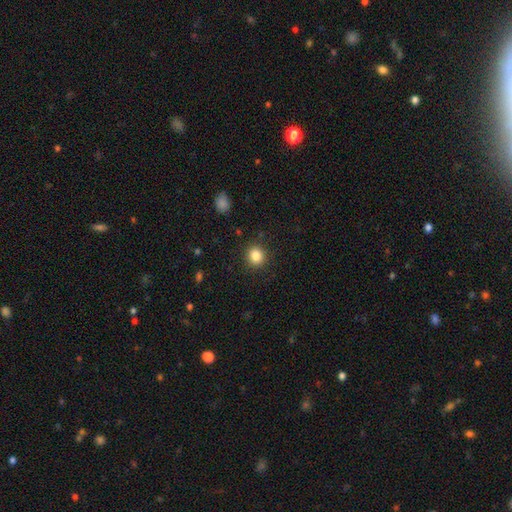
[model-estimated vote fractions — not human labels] This is clearly a smooth galaxy (85%). How rounded: clearly round (85%). Merging: clearly none (90%).